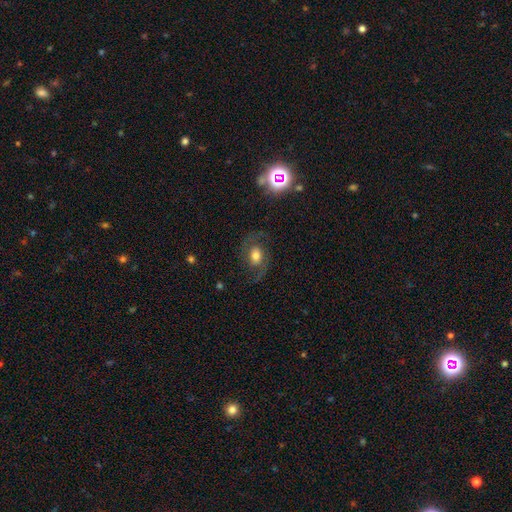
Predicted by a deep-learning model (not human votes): This appears to be a featured or disk galaxy (69%) with no bar (60%), 2 (91%) medium (51%) spiral arms (90%) and a moderate central bulge (57%). Merging: none (74%).